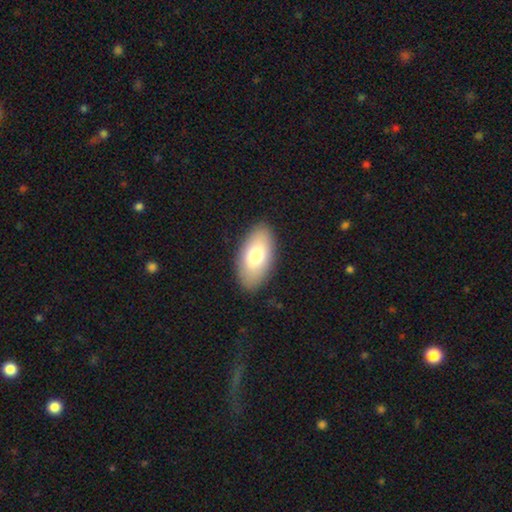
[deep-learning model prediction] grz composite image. It shows a smooth galaxy with no disk features (75%) that is in between round and cigar-shaped (94%). Merging: none (88%).